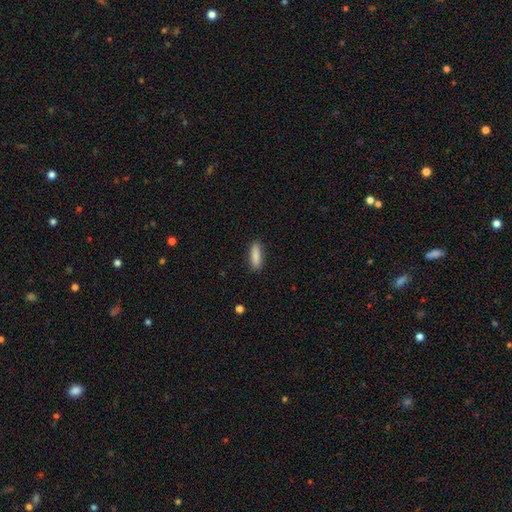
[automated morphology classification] A smooth galaxy with no disk features (86%) that is cigar-shaped (54%).

Vote fractions:
- Smooth or featured? smooth: 86% / featured or disk: 7% / star or artifact: 6%
- How rounded? cigar-shaped: 54% / in between: 44% / round: 2%
- Merging? none: 88% / minor disturbance: 9% / major disturbance: 2% / merger: 1%